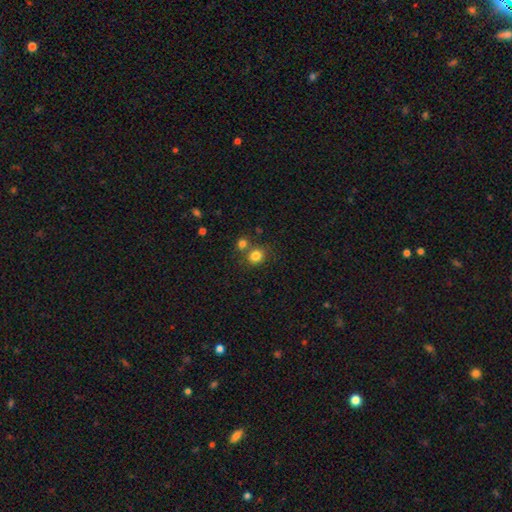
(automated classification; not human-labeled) Smooth or featured?
  - smooth: 82% *
  - star or artifact: 12%
  - featured or disk: 6%
How rounded?
  - round: 80% *
  - in between: 19%
  - cigar-shaped: 1%
Merging?
  - none: 66% *
  - merger: 22%
  - minor disturbance: 9%
  - major disturbance: 3%